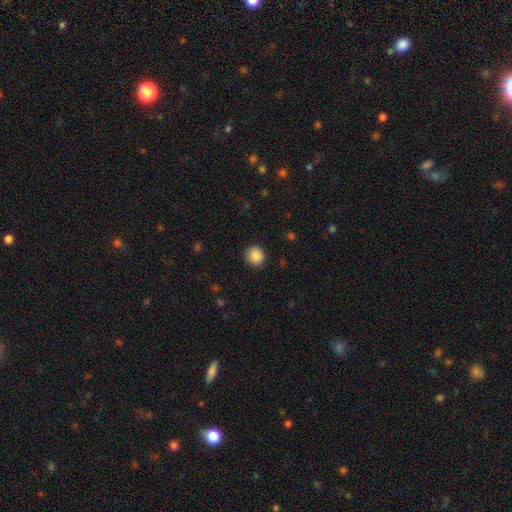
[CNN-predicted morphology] The model was most divided on "smooth or featured": smooth: 88%, star or artifact: 9%, featured or disk: 4%. More confident: how rounded — round (89%); merging — none (89%).